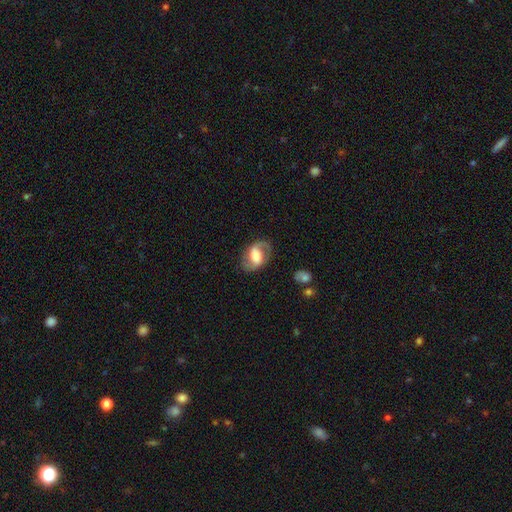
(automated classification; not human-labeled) The model was most divided on "bulge size": moderate: 42%, large: 33%, small: 16%, none: 5%, dominant: 4%. Remaining: edge-on disk — no (96%); spiral arms — yes (88%); spiral arm count — 2 (87%); merging — none (76%); smooth or featured — featured or disk (71%); spiral winding — medium (48%); bar — weak (44%).